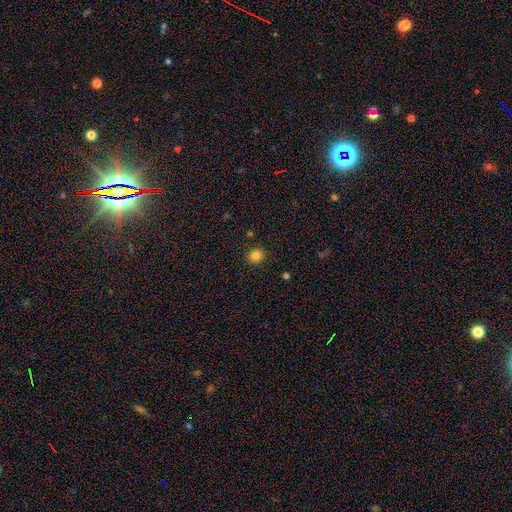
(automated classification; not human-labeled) A smooth galaxy with no disk features (83%) that is round (84%). Merging: none (89%).